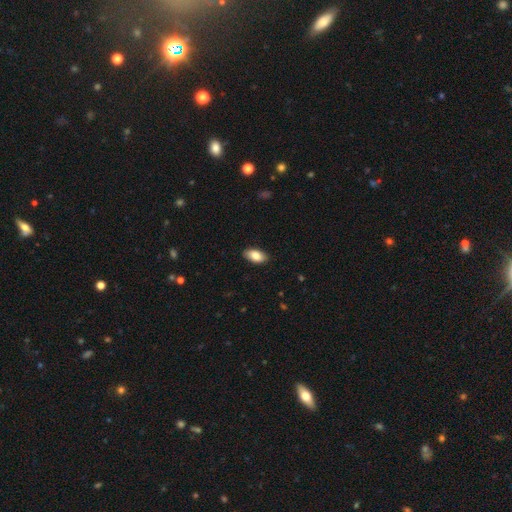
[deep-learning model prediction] Smooth or featured? Predicted: smooth (p=0.85). How rounded? Predicted: in between (p=0.93). Merging? Predicted: none (p=0.88).